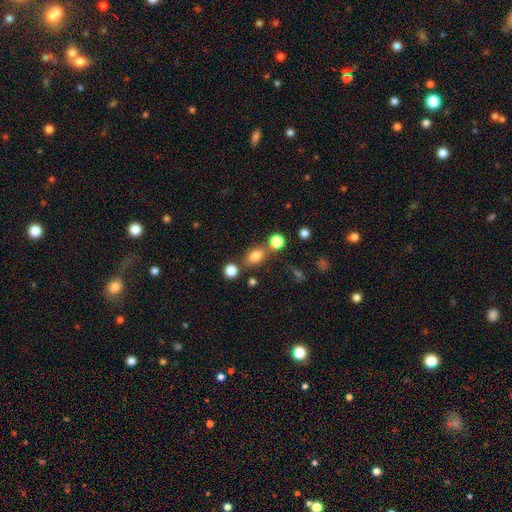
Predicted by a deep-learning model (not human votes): The model was most divided on "how rounded": in between: 68%, round: 29%, cigar-shaped: 2%. More confident: smooth or featured — smooth (78%); merging — none (67%).